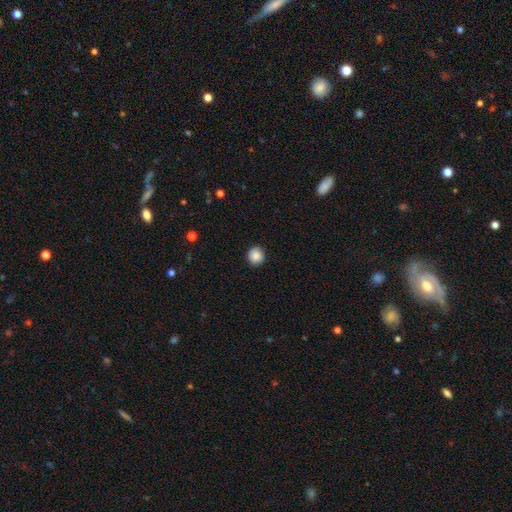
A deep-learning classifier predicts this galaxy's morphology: smooth-or-featured: smooth: 87% | star or artifact: 9% | featured or disk: 4%
  how-rounded: round: 93% | in between: 6% | cigar-shaped: 1%
  merging: none: 90% | minor disturbance: 7% | major disturbance: 2% | merger: 1%